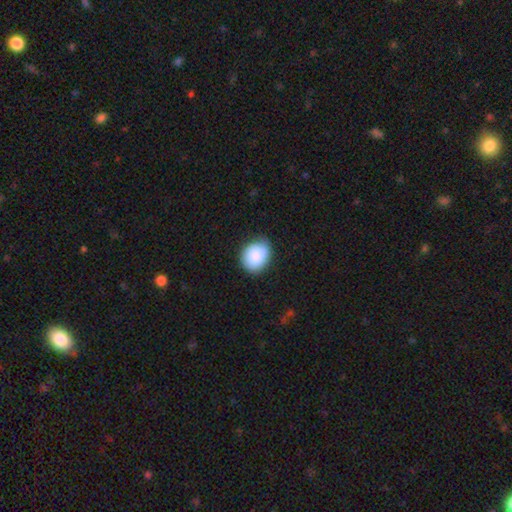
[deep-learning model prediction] Q: Smooth or featured?
A: smooth (87%); runner-up: star or artifact (7%)
Q: How rounded?
A: round (52%); runner-up: in between (47%)
Q: Merging?
A: none (74%); runner-up: minor disturbance (21%)